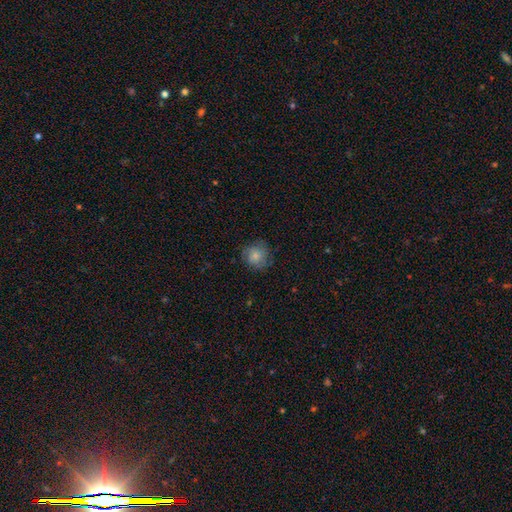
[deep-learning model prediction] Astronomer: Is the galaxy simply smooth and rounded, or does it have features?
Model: smooth — 81%.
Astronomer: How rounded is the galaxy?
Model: round — 90%.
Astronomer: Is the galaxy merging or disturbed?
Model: none — 78%.